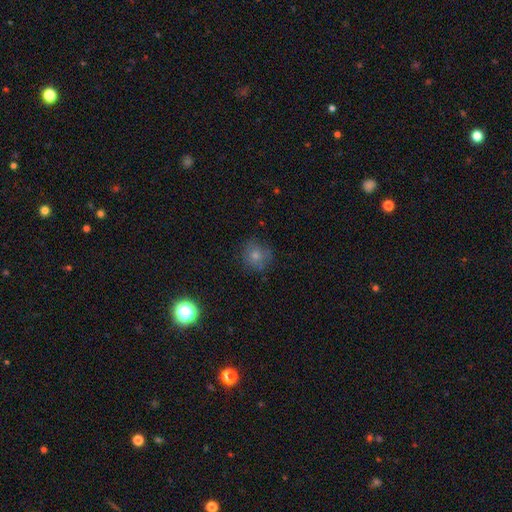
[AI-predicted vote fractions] Overall: smooth (75%). How rounded: round (87%). Merging: none (74%).